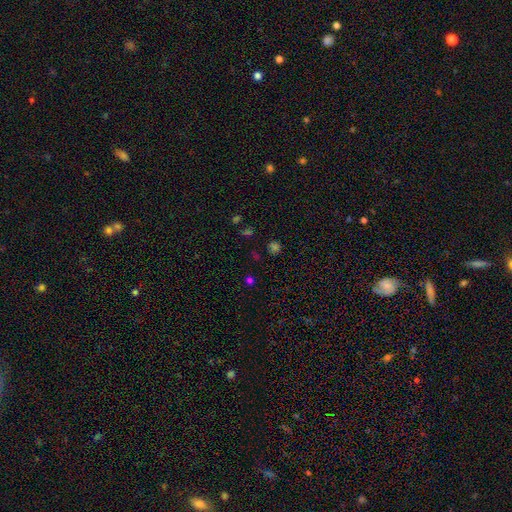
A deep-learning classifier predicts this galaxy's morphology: smooth-or-featured: smooth: 54% | star or artifact: 40% | featured or disk: 6%
  how-rounded: round: 79% | in between: 20% | cigar-shaped: 2%
  merging: none: 79% | minor disturbance: 11% | major disturbance: 5% | merger: 5%